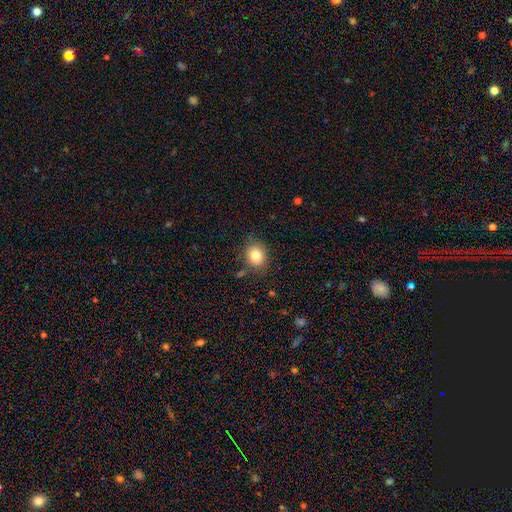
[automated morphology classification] type=smooth (81%); roundness=round (68%); merging=none (81%).